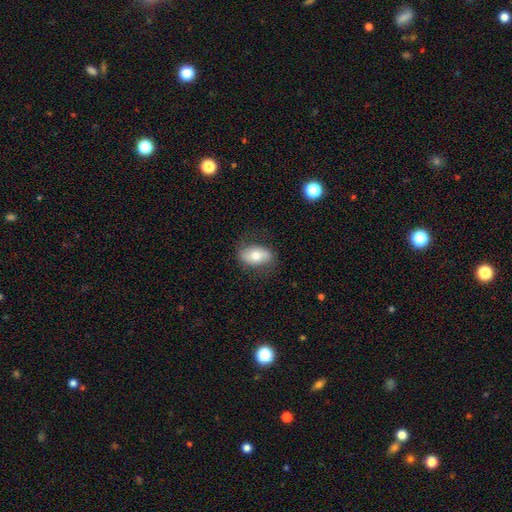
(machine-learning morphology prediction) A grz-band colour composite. It shows a smooth galaxy with no disk features (64%) that is in between round and cigar-shaped (90%). Merging: none (76%).